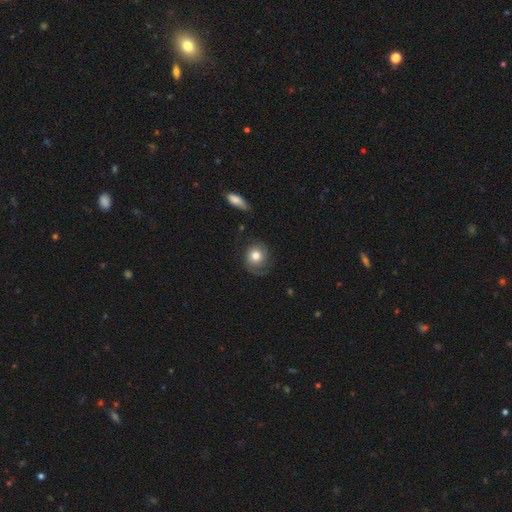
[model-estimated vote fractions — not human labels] This is possibly a featured or disk galaxy (47%). Merging: likely none (62%).